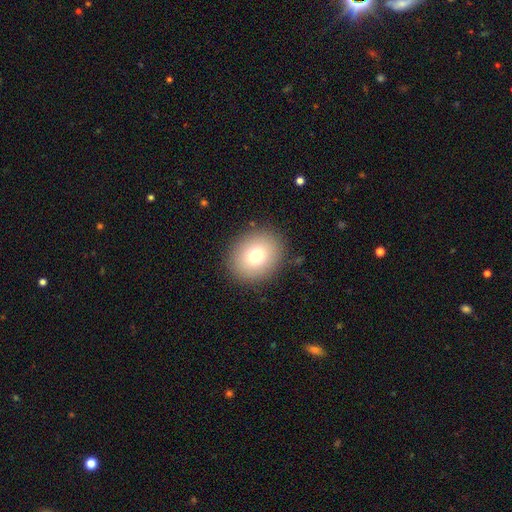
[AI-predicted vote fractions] Smooth or featured: smooth — 76% (featured or disk — 13%)
How rounded: round — 67% (in between — 32%)
Merging: none — 88% (minor disturbance — 8%)